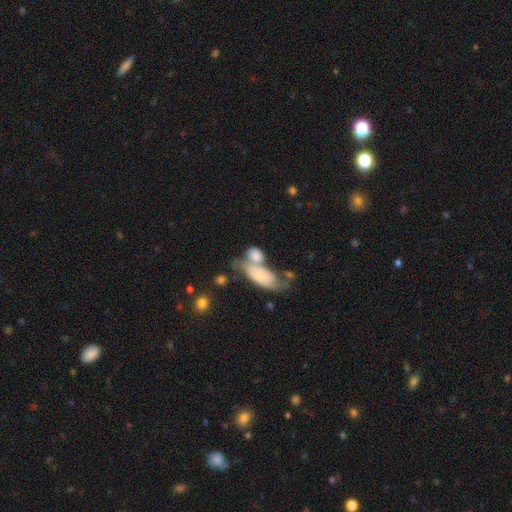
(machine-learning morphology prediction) This is likely a smooth galaxy (69%). How rounded: likely in between (68%). Merging: possibly merger (56%).